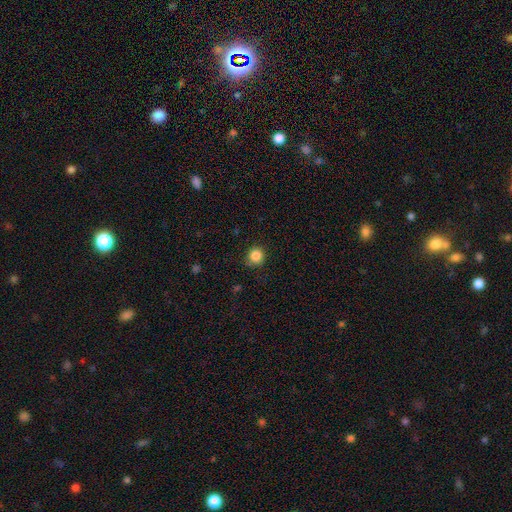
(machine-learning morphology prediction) type=smooth (85%); roundness=round (91%); merging=none (83%).